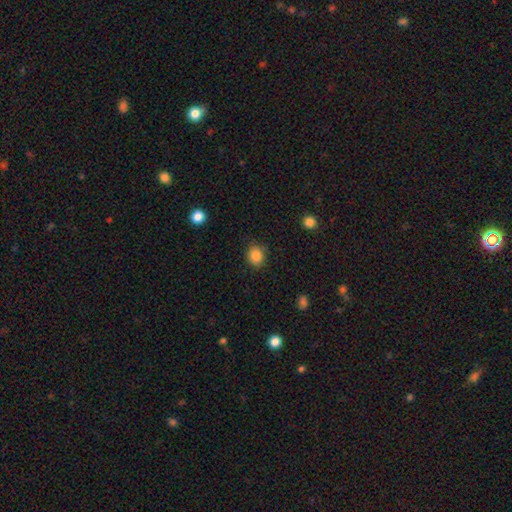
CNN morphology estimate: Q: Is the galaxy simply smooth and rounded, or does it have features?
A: smooth — 87%.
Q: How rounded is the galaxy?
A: round — 72%.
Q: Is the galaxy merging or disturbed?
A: none — 85%.